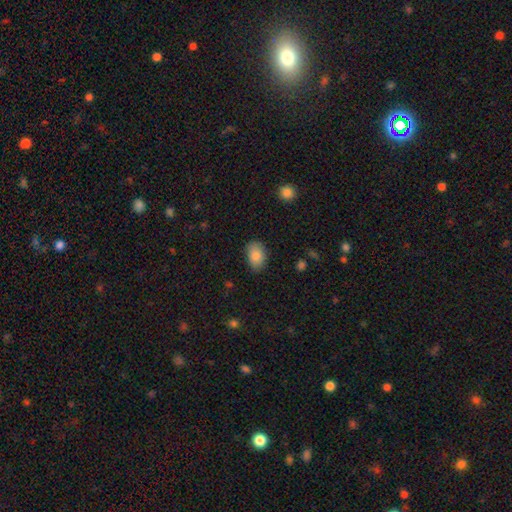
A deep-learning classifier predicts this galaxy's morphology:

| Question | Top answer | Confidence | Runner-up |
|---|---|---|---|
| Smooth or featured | smooth | 84% | featured or disk (8%) |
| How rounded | in between | 85% | round (14%) |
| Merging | none | 79% | minor disturbance (17%) |